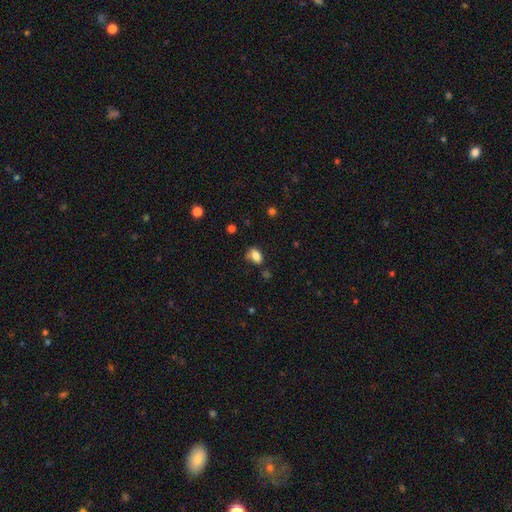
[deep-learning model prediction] smooth-or-featured: smooth: 82% | star or artifact: 10% | featured or disk: 8%
  how-rounded: in between: 84% | round: 14% | cigar-shaped: 2%
  merging: none: 60% | minor disturbance: 26% | merger: 7% | major disturbance: 7%